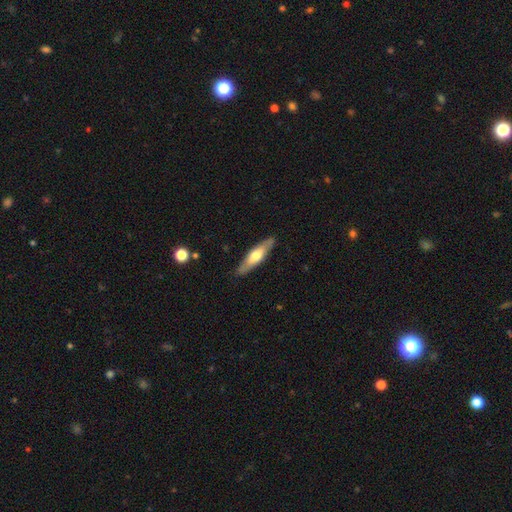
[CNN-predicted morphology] smooth-or-featured: smooth: 49% | featured or disk: 47% | star or artifact: 5%
  merging: none: 87% | minor disturbance: 10% | major disturbance: 2% | merger: 1%